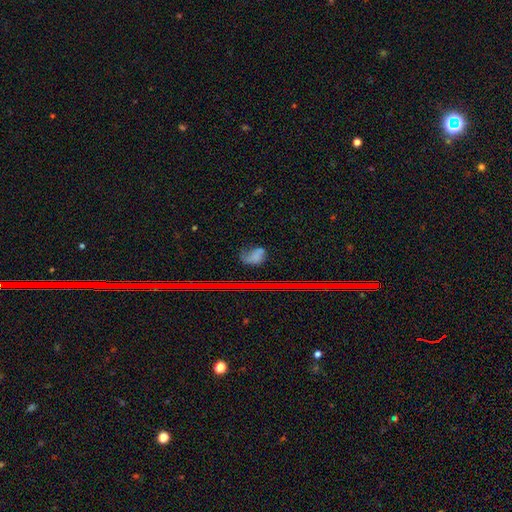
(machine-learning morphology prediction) Smooth or featured? smooth (49%)
Merging? none (43%)